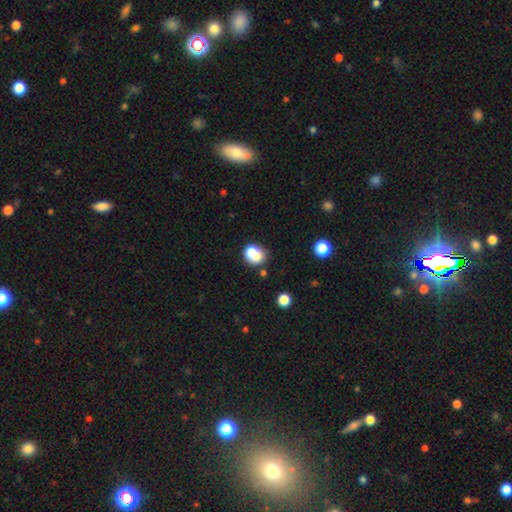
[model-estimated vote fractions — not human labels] Smooth or featured?
  - smooth: 72% *
  - featured or disk: 17%
  - star or artifact: 11%
How rounded?
  - round: 67% *
  - in between: 32%
  - cigar-shaped: 1%
Merging?
  - merger: 46% *
  - none: 38%
  - minor disturbance: 11%
  - major disturbance: 5%